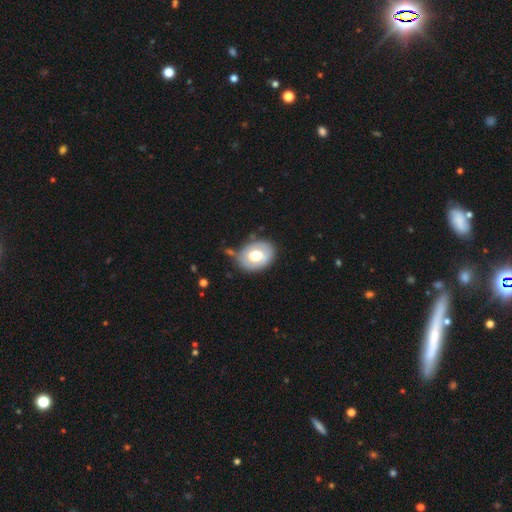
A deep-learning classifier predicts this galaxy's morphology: This appears to be a smooth galaxy with no disk features (60%) that is in between round and cigar-shaped (65%). Merging: none (73%).